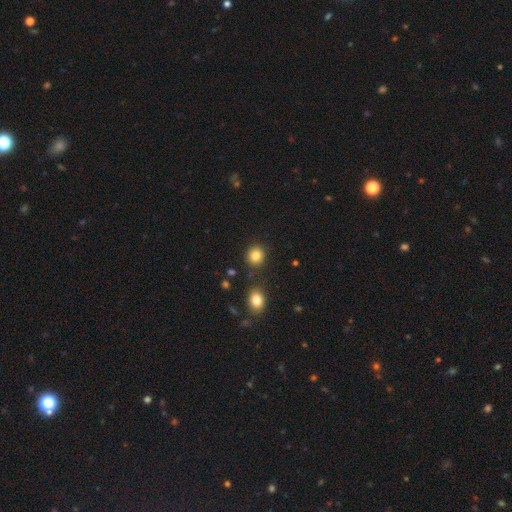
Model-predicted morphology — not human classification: This appears to be a smooth galaxy with no disk features (83%) that is round (84%). Merging: none (85%).